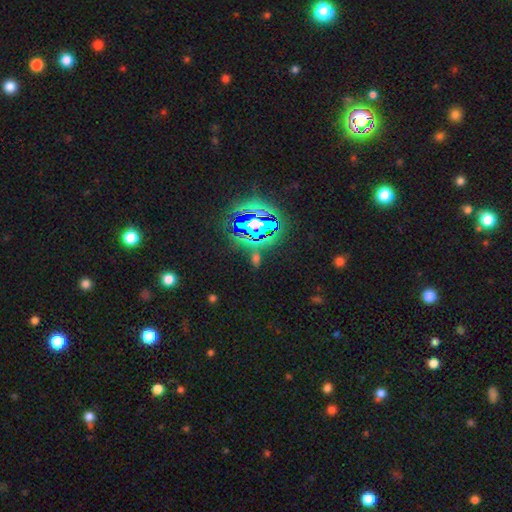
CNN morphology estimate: The model was most divided on "smooth or featured": star or artifact: 72%, smooth: 16%, featured or disk: 12%.